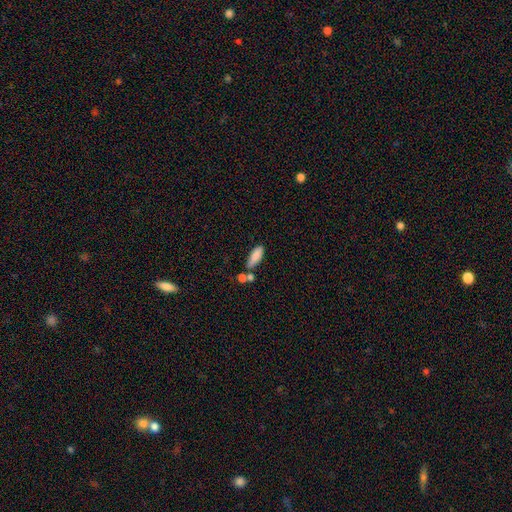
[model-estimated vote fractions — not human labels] Smooth or featured: smooth — 84% (featured or disk — 9%)
How rounded: in between — 64% (cigar-shaped — 33%)
Merging: none — 55% (merger — 22%)